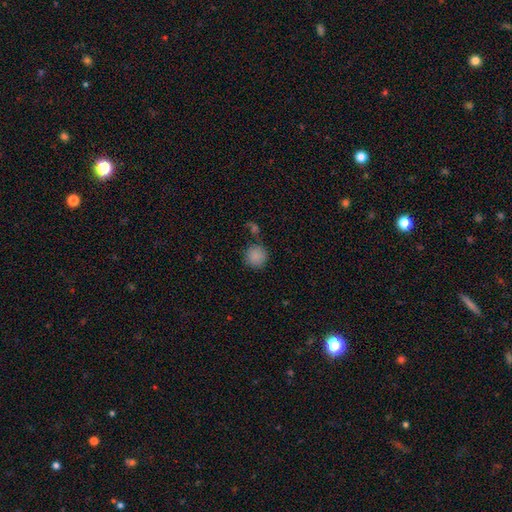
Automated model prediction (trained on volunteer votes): Smooth or featured?
  - smooth: 86% *
  - star or artifact: 9%
  - featured or disk: 5%
How rounded?
  - round: 91% *
  - in between: 8%
  - cigar-shaped: 1%
Merging?
  - none: 73% *
  - minor disturbance: 12%
  - merger: 10%
  - major disturbance: 5%